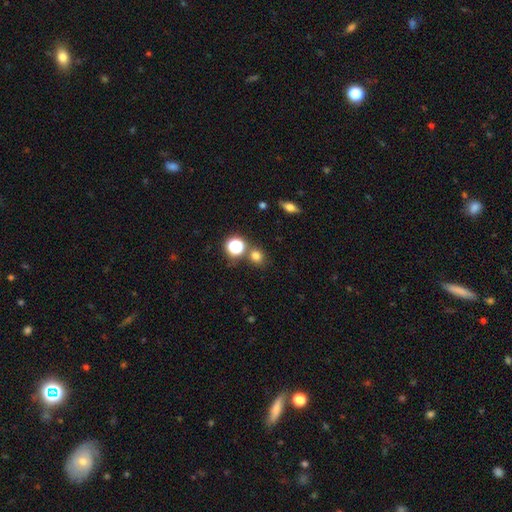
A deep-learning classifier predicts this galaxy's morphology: The model was most divided on "smooth or featured": smooth: 74%, star or artifact: 20%, featured or disk: 6%. More confident: how rounded — round (82%); merging — none (76%).